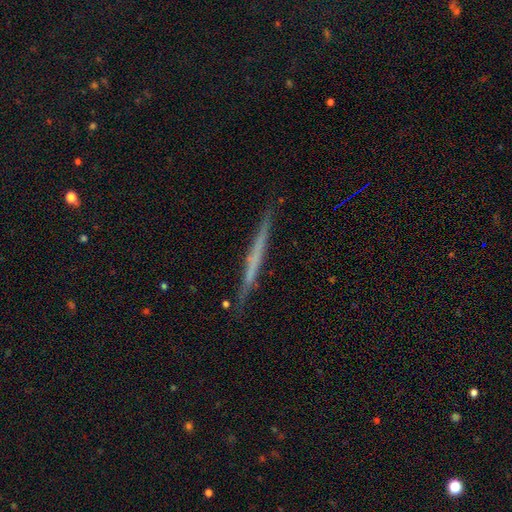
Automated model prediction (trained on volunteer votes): A featured or disk galaxy (55%) viewed edge-on (97%) with no central bulge (91%).

Vote fractions:
- Smooth or featured? featured or disk: 55% / smooth: 39% / star or artifact: 6%
- Edge-on disk? yes: 97% / no: 3%
- Edge-on bulge? none: 91% / rounded: 5% / boxy: 4%
- Merging? none: 89% / minor disturbance: 8% / major disturbance: 2% / merger: 1%